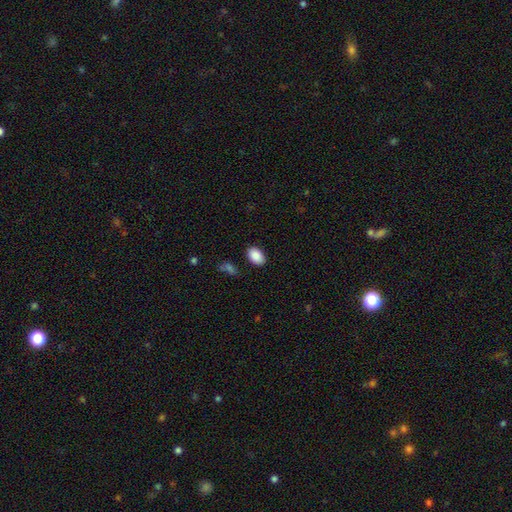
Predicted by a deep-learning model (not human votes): Q: Smooth or featured?
A: smooth (89%); runner-up: star or artifact (7%)
Q: How rounded?
A: in between (88%); runner-up: round (11%)
Q: Merging?
A: none (87%); runner-up: minor disturbance (9%)